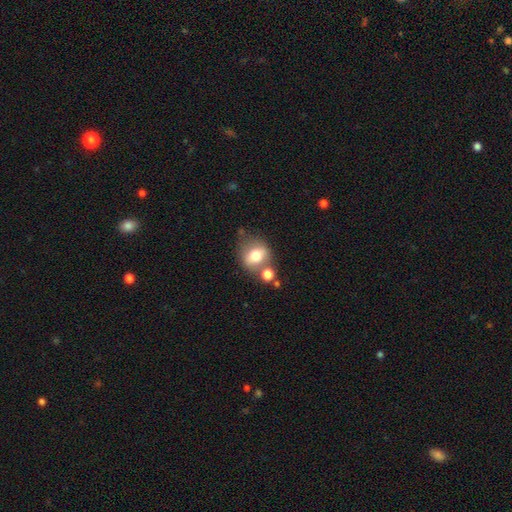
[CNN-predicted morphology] Smooth or featured? smooth (69%)
How rounded? round (60%)
Merging? none (55%)